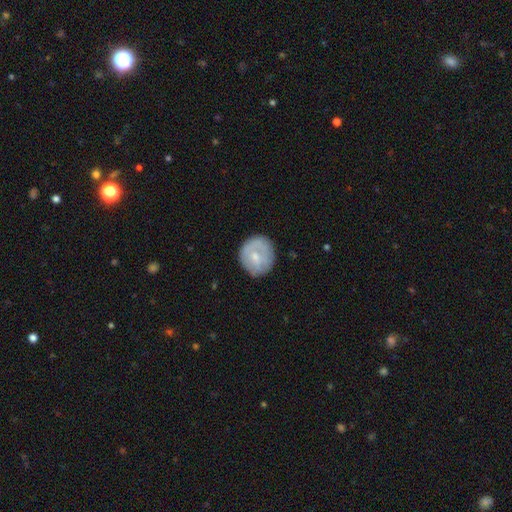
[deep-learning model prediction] A smooth galaxy with no disk features (55%) that is round (82%). Merging: none (73%).